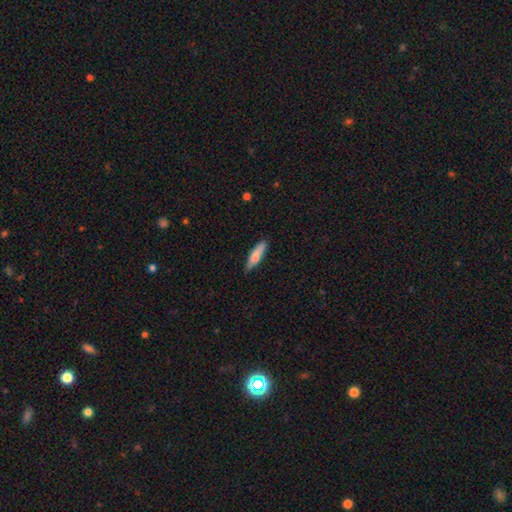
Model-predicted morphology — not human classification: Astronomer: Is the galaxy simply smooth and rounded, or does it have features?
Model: smooth — 75%.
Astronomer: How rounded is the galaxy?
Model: cigar-shaped — 72%.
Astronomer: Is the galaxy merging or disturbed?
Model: none — 76%.